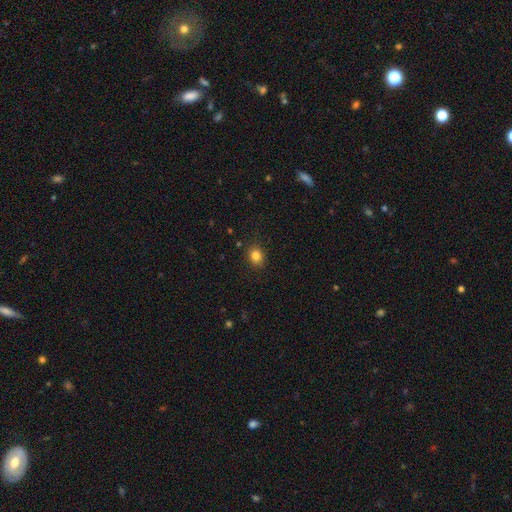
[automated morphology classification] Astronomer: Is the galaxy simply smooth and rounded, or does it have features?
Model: smooth — 84%.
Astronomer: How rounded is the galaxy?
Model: round — 65%.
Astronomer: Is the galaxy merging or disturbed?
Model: none — 87%.